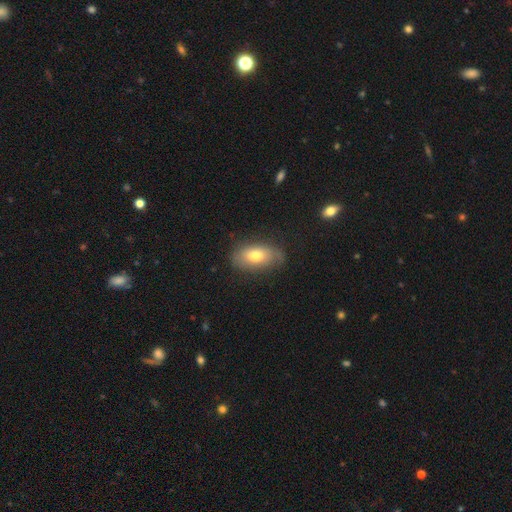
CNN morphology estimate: smooth 71%, featured or disk 21%, star or artifact 8%. Down the decision tree: how rounded — in between (90%); merging — none (72%).